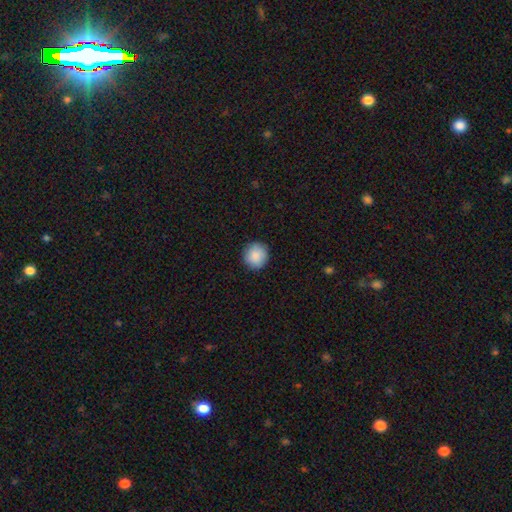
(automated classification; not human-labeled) smooth 89%, star or artifact 7%, featured or disk 4%. Down the decision tree: how rounded — round (93%); merging — none (90%).